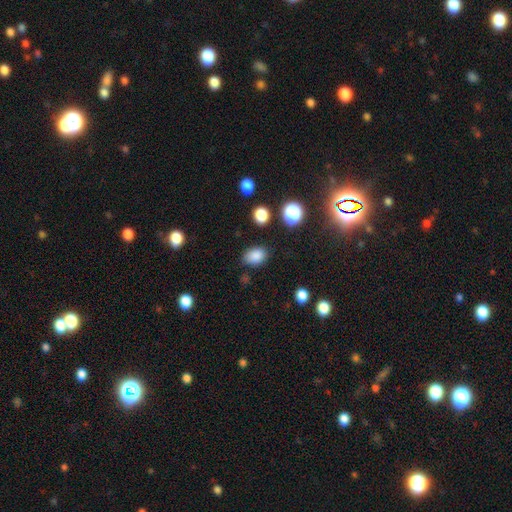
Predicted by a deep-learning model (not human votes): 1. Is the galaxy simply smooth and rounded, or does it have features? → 84% smooth, 11% star or artifact, 5% featured or disk.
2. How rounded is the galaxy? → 80% in between, 19% round, 1% cigar-shaped.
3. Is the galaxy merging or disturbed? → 80% none, 14% minor disturbance, 4% major disturbance, 3% merger.